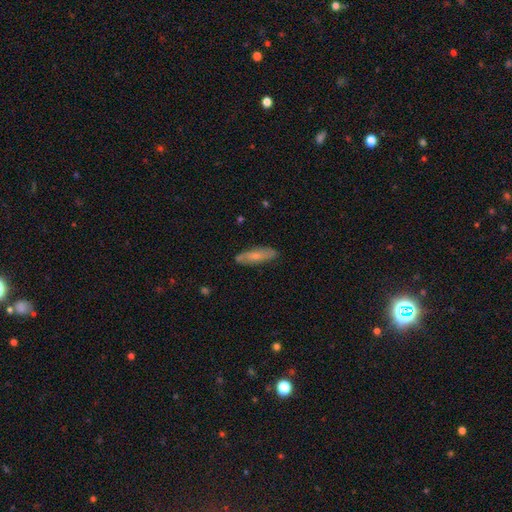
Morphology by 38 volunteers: type=smooth (58%); roundness=cigar-shaped (55%); merging=none (74%).